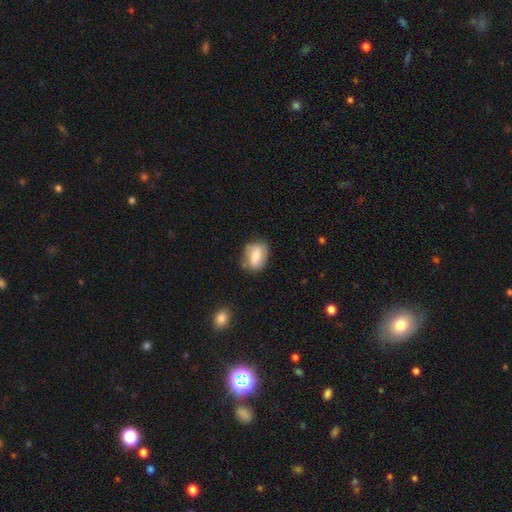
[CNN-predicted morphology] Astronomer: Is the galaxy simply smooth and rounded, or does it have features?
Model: smooth — 67%.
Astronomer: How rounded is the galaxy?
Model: in between — 77%.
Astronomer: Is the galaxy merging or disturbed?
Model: none — 69%.